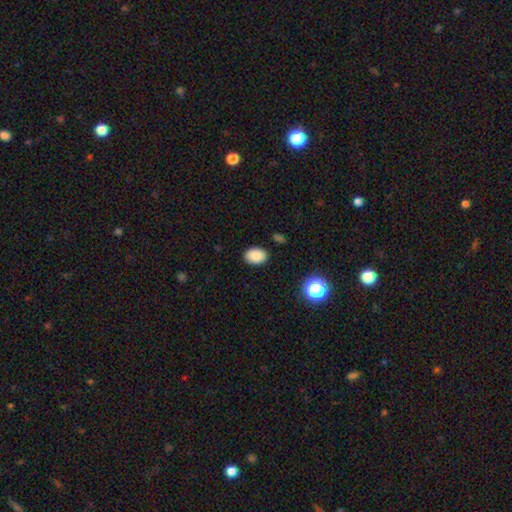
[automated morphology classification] This appears to be a smooth galaxy with no disk features (86%) that is in between round and cigar-shaped (81%). Merging: none (88%).